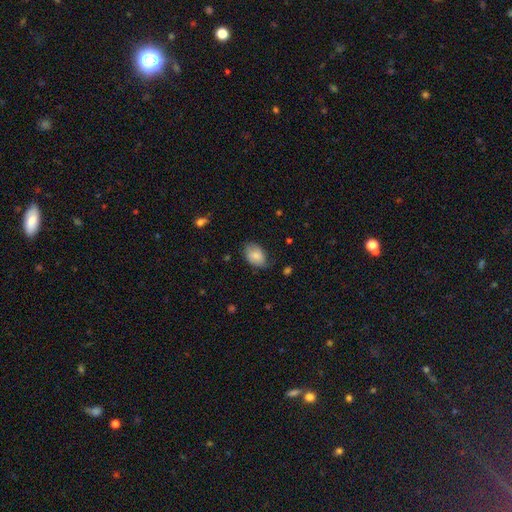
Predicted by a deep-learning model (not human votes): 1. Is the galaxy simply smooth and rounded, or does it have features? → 77% smooth, 16% featured or disk, 7% star or artifact.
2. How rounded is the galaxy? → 87% in between, 12% round, 1% cigar-shaped.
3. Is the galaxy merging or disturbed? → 63% none, 29% minor disturbance, 7% major disturbance, 1% merger.